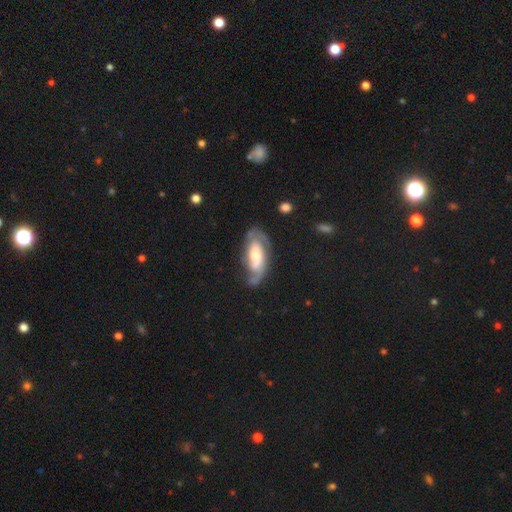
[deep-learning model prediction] Smooth or featured? Predicted: featured or disk (p=0.73). Edge-on disk? Predicted: no (p=0.91). Bar? Predicted: no (p=0.53). Spiral arms? Predicted: yes (p=0.88). Spiral winding? Predicted: tight (p=0.45). Spiral arm count? Predicted: 2 (p=0.67). Bulge size? Predicted: moderate (p=0.45). Merging? Predicted: none (p=0.61).